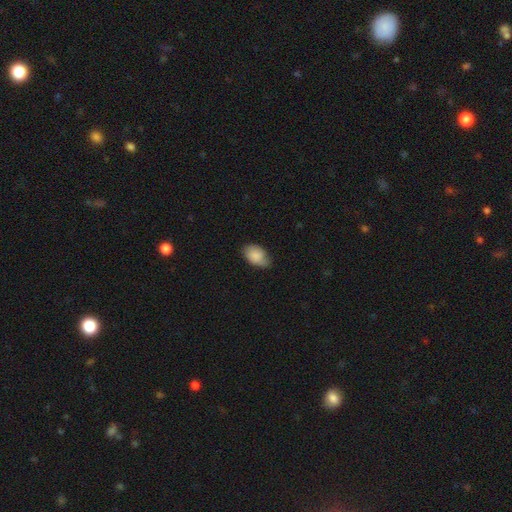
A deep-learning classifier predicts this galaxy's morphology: Smooth or featured: smooth — 84% (featured or disk — 10%)
How rounded: in between — 89% (round — 9%)
Merging: none — 68% (minor disturbance — 26%)